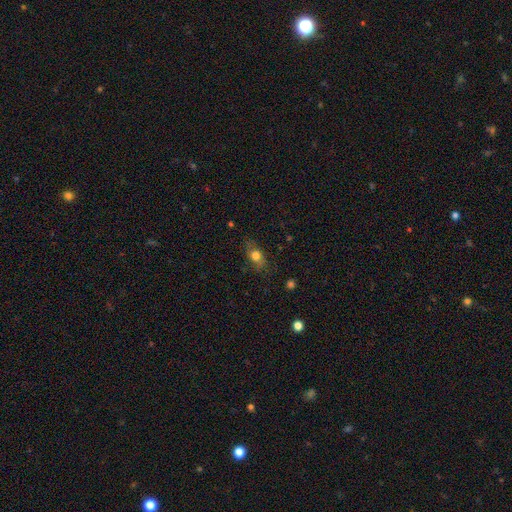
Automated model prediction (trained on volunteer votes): smooth-or-featured: smooth: 73% | featured or disk: 17% | star or artifact: 10%
  how-rounded: in between: 69% | round: 21% | cigar-shaped: 10%
  merging: none: 77% | minor disturbance: 17% | major disturbance: 5% | merger: 1%